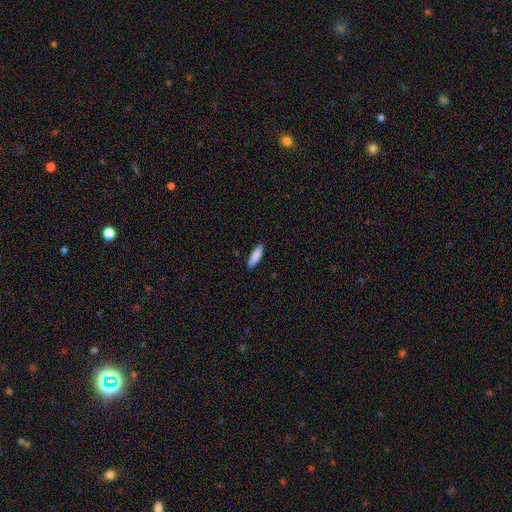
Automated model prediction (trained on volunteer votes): smooth_or_featured: smooth (p=0.87) [alt: featured or disk p=0.07]
how_rounded: cigar-shaped (p=0.59) [alt: in between p=0.39]
merging: none (p=0.89) [alt: minor disturbance p=0.09]